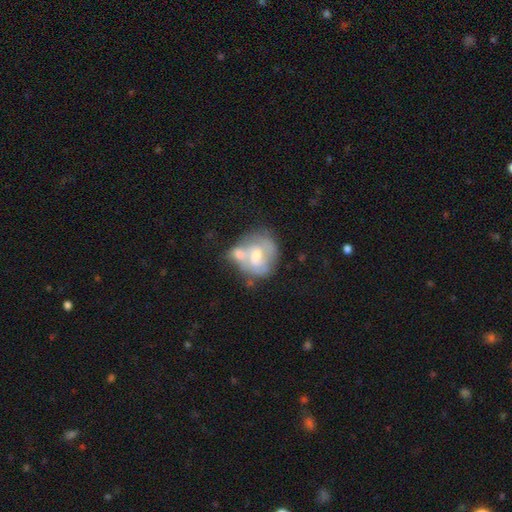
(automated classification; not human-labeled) Overall: featured or disk (57%; smooth 36%). Edge-on disk: no (97%). Bar: no (57%; weak 34%). Spiral arms: no (51%; yes 49%). Bulge size: moderate (62%; small 28%). Merging: merger (52%; none 25%).